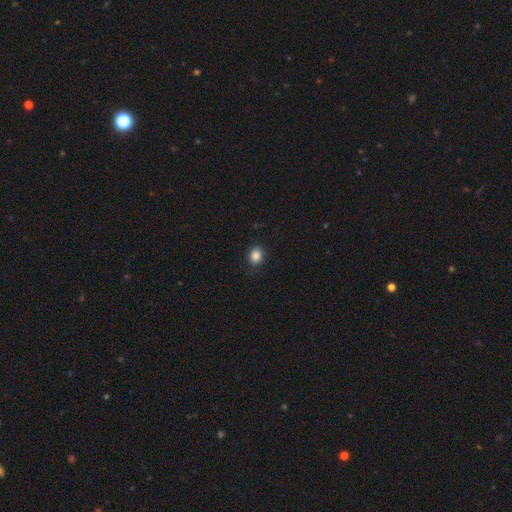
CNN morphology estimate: A smooth galaxy with no disk features (86%) that is round (51%).

Vote fractions:
- Smooth or featured? smooth: 86% / star or artifact: 10% / featured or disk: 4%
- How rounded? round: 51% / in between: 48% / cigar-shaped: 1%
- Merging? none: 85% / minor disturbance: 11% / major disturbance: 3% / merger: 1%